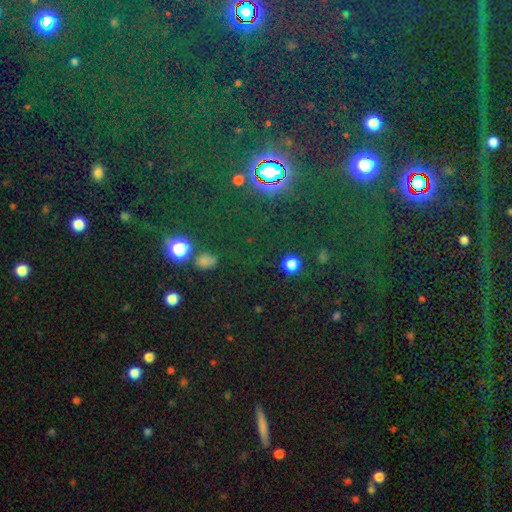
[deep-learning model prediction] star or artifact 70%, smooth 21%, featured or disk 9%.